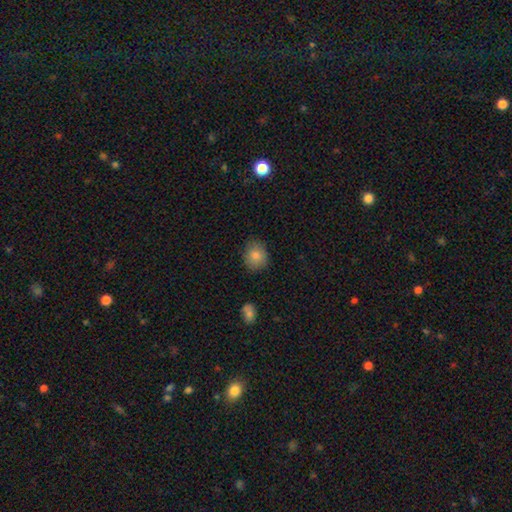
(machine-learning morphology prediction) smooth-or-featured: smooth: 83% | star or artifact: 9% | featured or disk: 8%
  how-rounded: round: 62% | in between: 37% | cigar-shaped: 1%
  merging: none: 83% | minor disturbance: 13% | major disturbance: 3% | merger: 1%